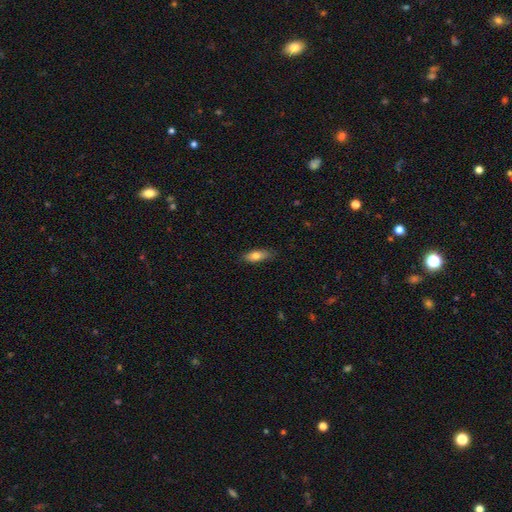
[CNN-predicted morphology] The model was most divided on "how rounded": in between: 67%, cigar-shaped: 30%, round: 3%. More confident: merging — none (83%); smooth or featured — smooth (74%).